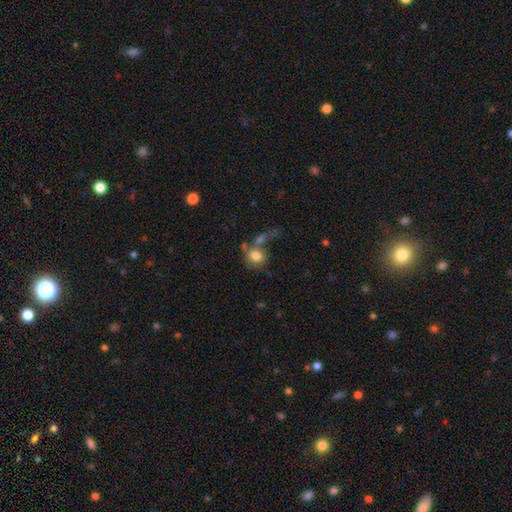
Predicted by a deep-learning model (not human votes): Morphology: type=smooth (77%); roundness=round (55%); merging=merger (37%).